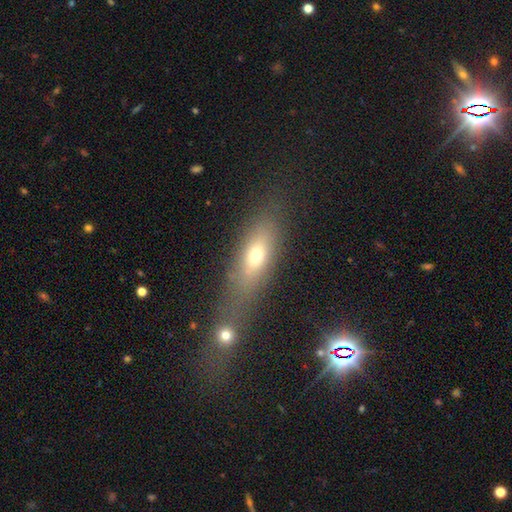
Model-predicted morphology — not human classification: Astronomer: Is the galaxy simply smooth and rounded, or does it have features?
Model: smooth — 64%.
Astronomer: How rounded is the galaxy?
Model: in between — 60%.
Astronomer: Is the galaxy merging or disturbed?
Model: none — 51% (runner-up: merger, 27%).